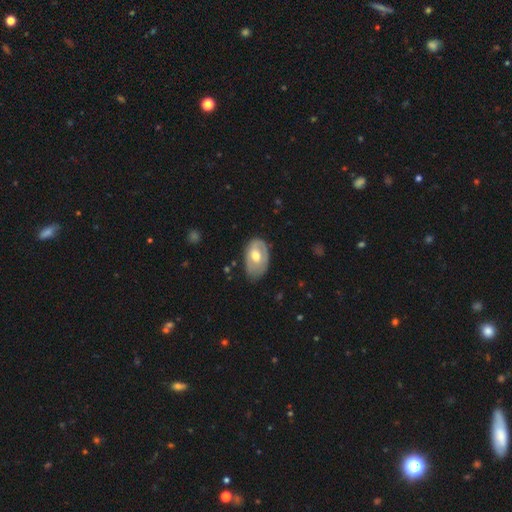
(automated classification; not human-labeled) smooth_or_featured: featured or disk (p=0.49) [alt: smooth p=0.46]
merging: none (p=0.64) [alt: minor disturbance p=0.27]